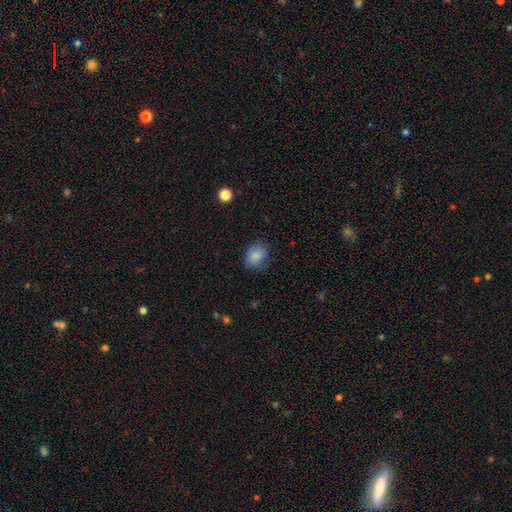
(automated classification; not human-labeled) Smooth or featured? smooth (85%)
How rounded? in between (67%)
Merging? none (78%)